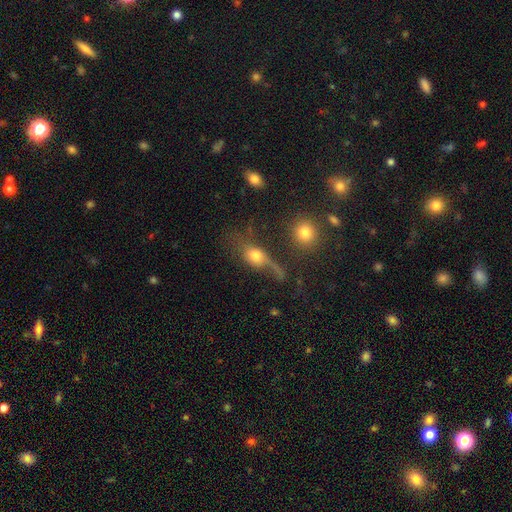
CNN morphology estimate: Overall: smooth (60%; featured or disk 26%). How rounded: in between (50%; round 41%). Merging: major disturbance (38%; none 30%).